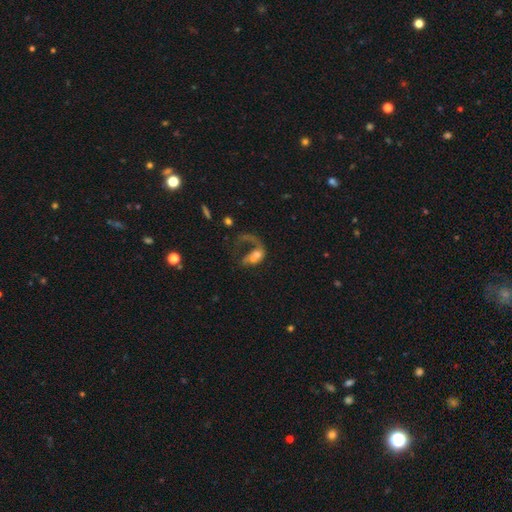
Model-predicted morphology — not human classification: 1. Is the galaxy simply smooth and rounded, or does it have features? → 58% featured or disk, 32% smooth, 10% star or artifact.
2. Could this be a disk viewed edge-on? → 96% no, 4% yes.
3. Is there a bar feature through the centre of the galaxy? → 73% no, 21% weak, 6% strong.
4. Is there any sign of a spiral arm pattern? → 63% yes, 37% no.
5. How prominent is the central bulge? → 49% moderate, 27% small, 13% large, 8% none, 3% dominant.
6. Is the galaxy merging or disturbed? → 45% major disturbance, 29% merger, 17% none, 9% minor disturbance.